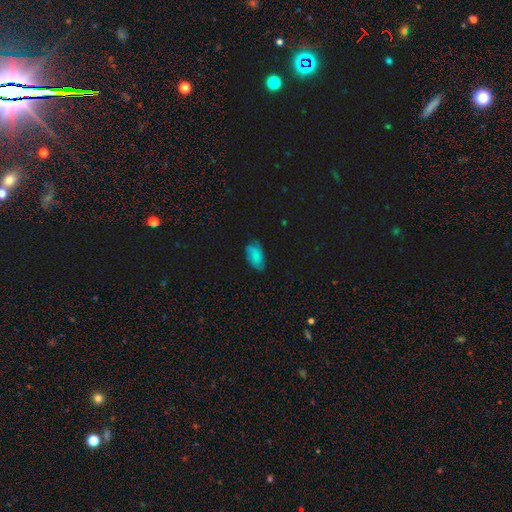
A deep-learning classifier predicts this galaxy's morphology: smooth 71%, featured or disk 20%, star or artifact 9%. Down the decision tree: how rounded — in between (93%); merging — none (72%).